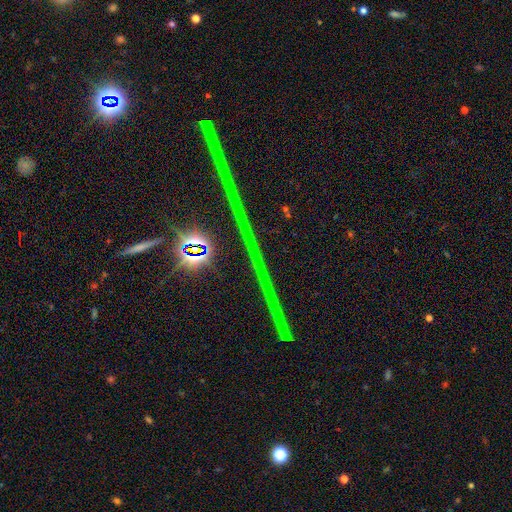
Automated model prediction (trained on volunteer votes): Overall: star or artifact (81%).